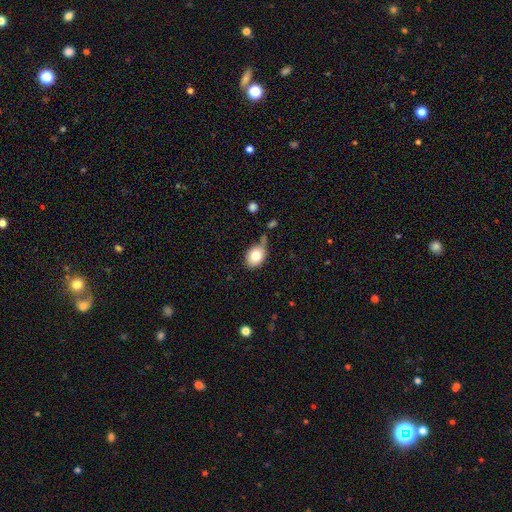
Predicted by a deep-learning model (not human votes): Smooth or featured? smooth (79%)
How rounded? in between (68%)
Merging? none (52%)